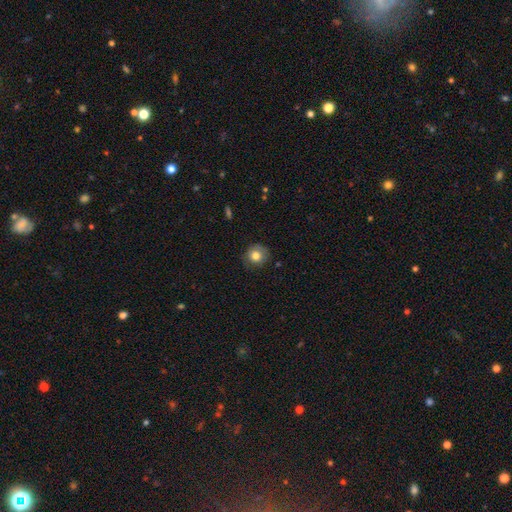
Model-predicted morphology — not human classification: smooth_or_featured: smooth (p=0.79) [alt: featured or disk p=0.12]
how_rounded: round (p=0.89) [alt: in between p=0.10]
merging: none (p=0.80) [alt: minor disturbance p=0.15]